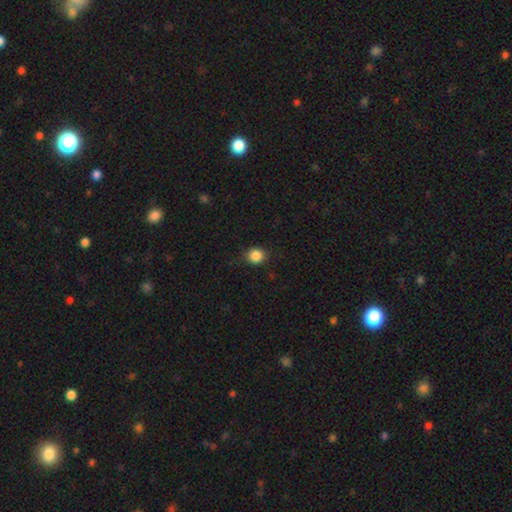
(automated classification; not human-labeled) smooth_or_featured: smooth (p=0.86) [alt: star or artifact p=0.10]
how_rounded: round (p=0.83) [alt: in between p=0.16]
merging: none (p=0.81) [alt: minor disturbance p=0.15]